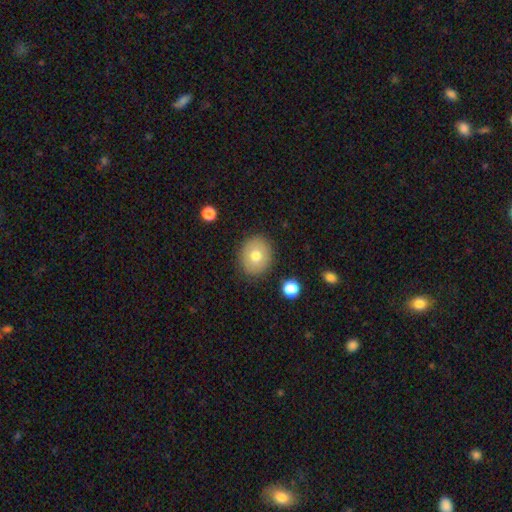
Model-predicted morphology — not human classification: smooth-or-featured: smooth: 73% | featured or disk: 18% | star or artifact: 9%
  how-rounded: round: 71% | in between: 28% | cigar-shaped: 1%
  merging: none: 87% | minor disturbance: 9% | major disturbance: 3% | merger: 2%